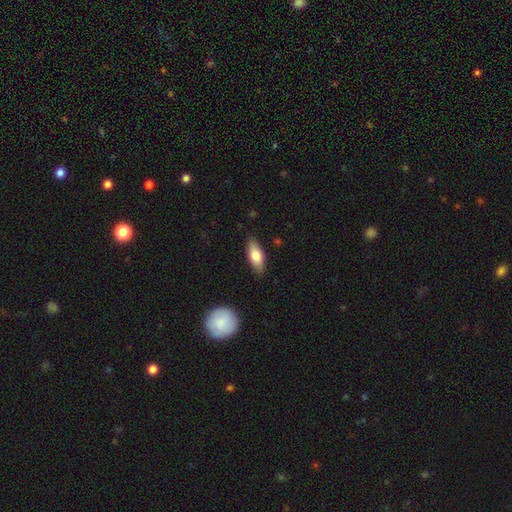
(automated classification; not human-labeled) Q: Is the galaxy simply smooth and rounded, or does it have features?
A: smooth — 74%.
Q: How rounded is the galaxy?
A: in between — 77%.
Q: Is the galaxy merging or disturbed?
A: none — 85%.